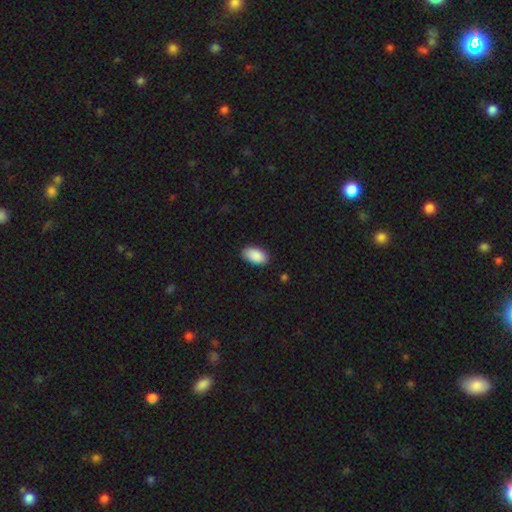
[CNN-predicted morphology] smooth_or_featured: smooth (p=0.90) [alt: star or artifact p=0.06]
how_rounded: in between (p=0.95) [alt: round p=0.03]
merging: none (p=0.86) [alt: minor disturbance p=0.11]